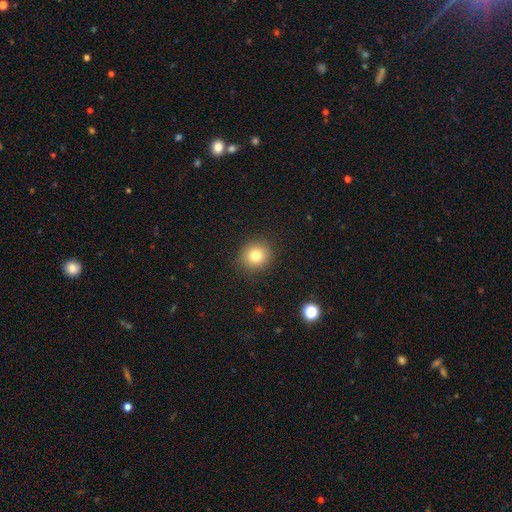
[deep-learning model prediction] Smooth or featured? smooth (80%)
How rounded? round (88%)
Merging? none (90%)